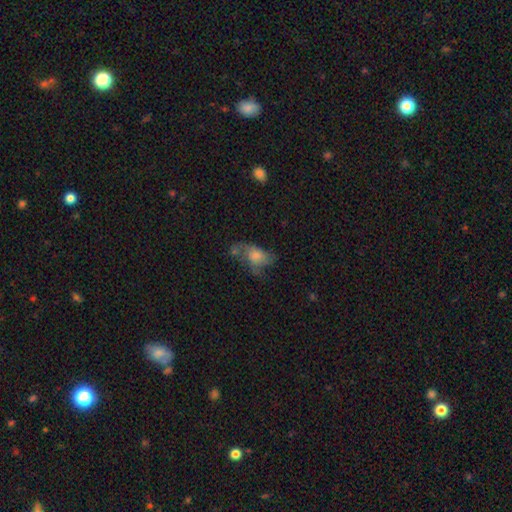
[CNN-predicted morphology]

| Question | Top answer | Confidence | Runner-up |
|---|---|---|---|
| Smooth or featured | smooth | 46% | featured or disk (42%) |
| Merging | none | 40% | major disturbance (26%) |